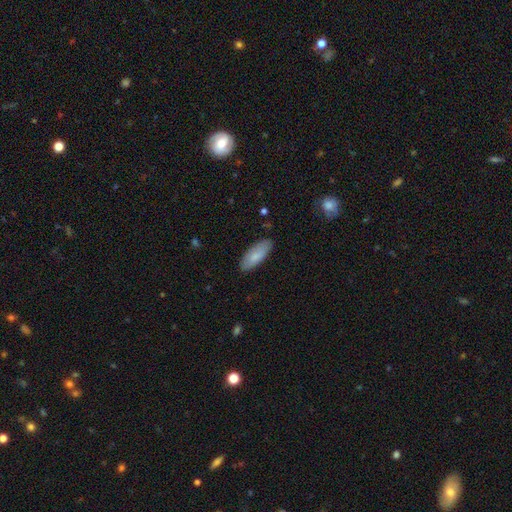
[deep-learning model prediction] The model was most divided on "how rounded": in between: 75%, cigar-shaped: 23%, round: 2%. More confident: merging — none (85%); smooth or featured — smooth (84%).